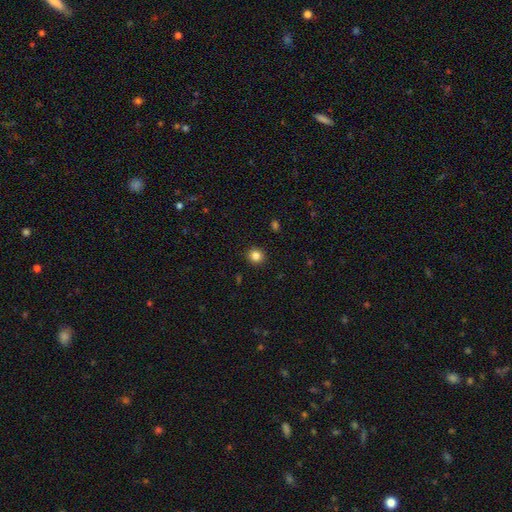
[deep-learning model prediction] This appears to be a smooth galaxy with no disk features (84%) that is round (89%). Merging: none (92%).